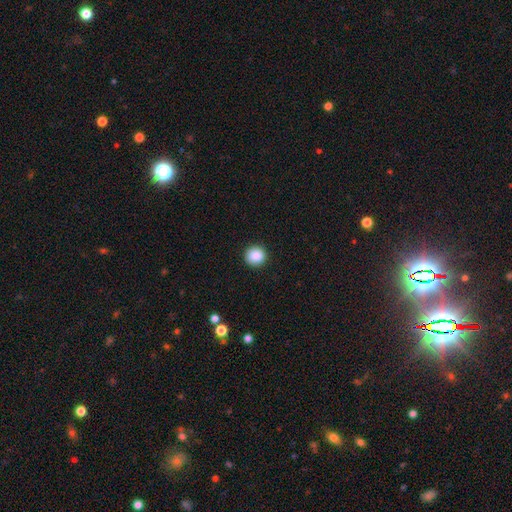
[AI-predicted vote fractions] This appears to be a smooth galaxy with no disk features (87%) that is round (94%). Merging: none (92%).